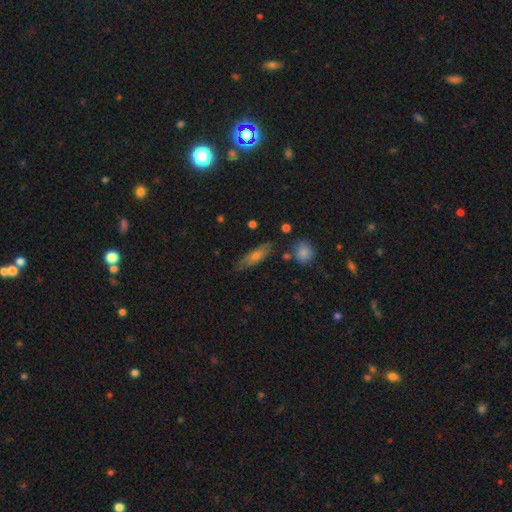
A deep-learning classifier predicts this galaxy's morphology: smooth 59%, featured or disk 32%, star or artifact 10%. Down the decision tree: how rounded — cigar-shaped (51%); merging — none (75%).